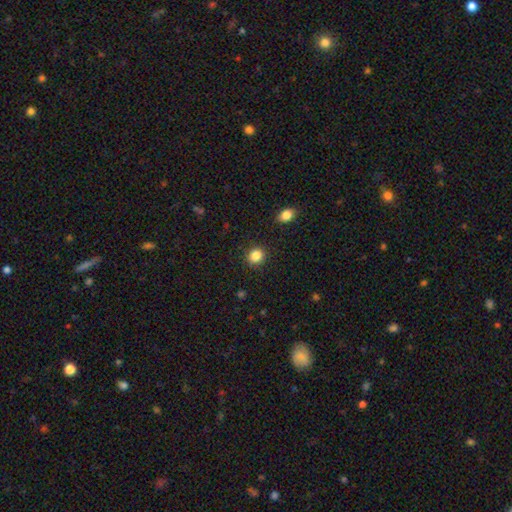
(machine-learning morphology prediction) This appears to be a smooth galaxy with no disk features (86%) that is round (83%). Merging: none (91%).